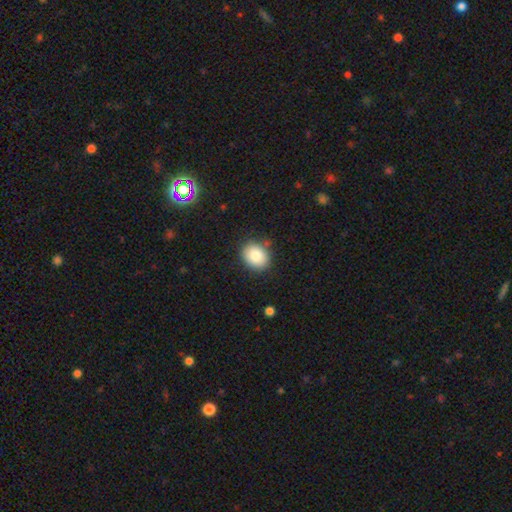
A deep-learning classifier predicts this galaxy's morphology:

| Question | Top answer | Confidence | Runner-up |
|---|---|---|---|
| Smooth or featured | smooth | 84% | star or artifact (8%) |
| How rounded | round | 57% | in between (42%) |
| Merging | none | 84% | minor disturbance (11%) |